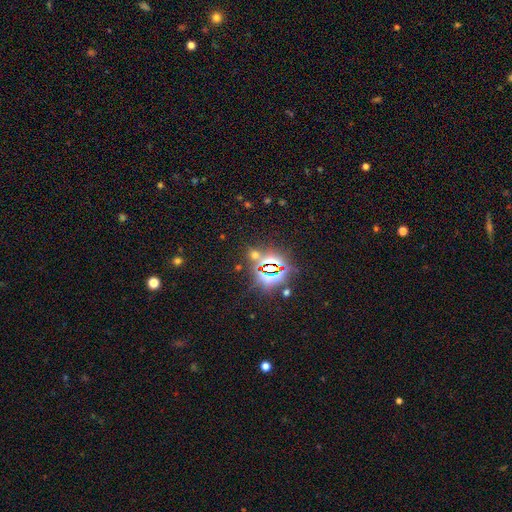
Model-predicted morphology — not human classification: This appears to be a star or artifact, not a galaxy (72%).